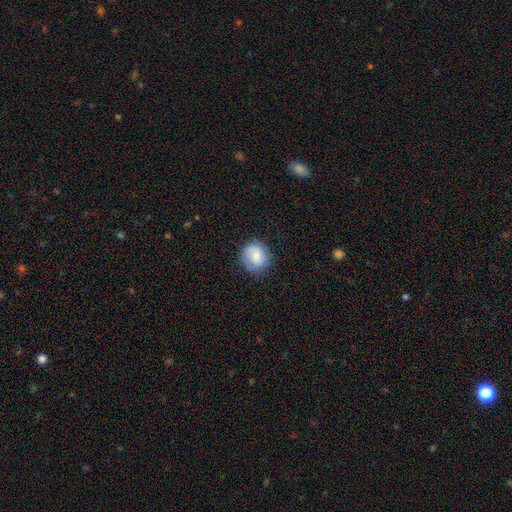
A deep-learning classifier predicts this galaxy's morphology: A smooth galaxy with no disk features (60%) that is round (82%).

Vote fractions:
- Smooth or featured? smooth: 60% / featured or disk: 33% / star or artifact: 7%
- How rounded? round: 82% / in between: 17% / cigar-shaped: 1%
- Merging? none: 79% / minor disturbance: 16% / major disturbance: 5% / merger: 1%